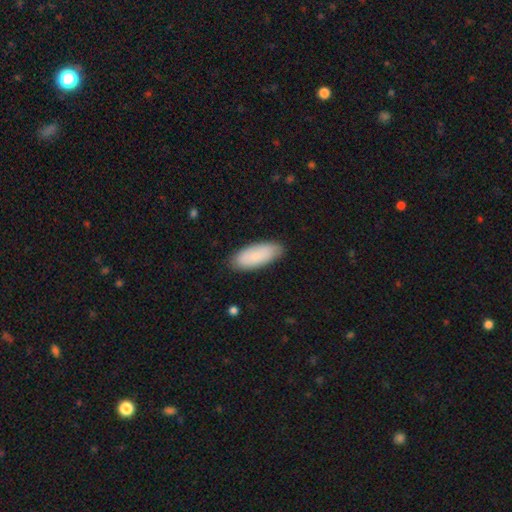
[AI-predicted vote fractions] A smooth galaxy with no disk features (85%) that is in between round and cigar-shaped (80%).

Vote fractions:
- Smooth or featured? smooth: 85% / featured or disk: 9% / star or artifact: 6%
- How rounded? in between: 80% / cigar-shaped: 18% / round: 2%
- Merging? none: 85% / minor disturbance: 12% / major disturbance: 2% / merger: 1%